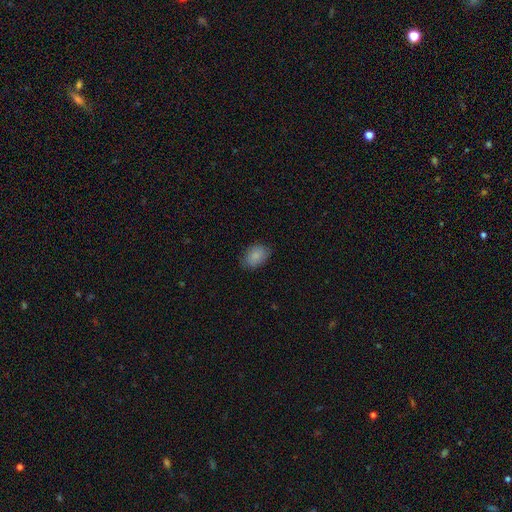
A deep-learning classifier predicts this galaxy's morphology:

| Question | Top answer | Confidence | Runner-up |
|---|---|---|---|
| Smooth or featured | smooth | 86% | featured or disk (7%) |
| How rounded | in between | 83% | round (16%) |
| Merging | none | 79% | minor disturbance (17%) |